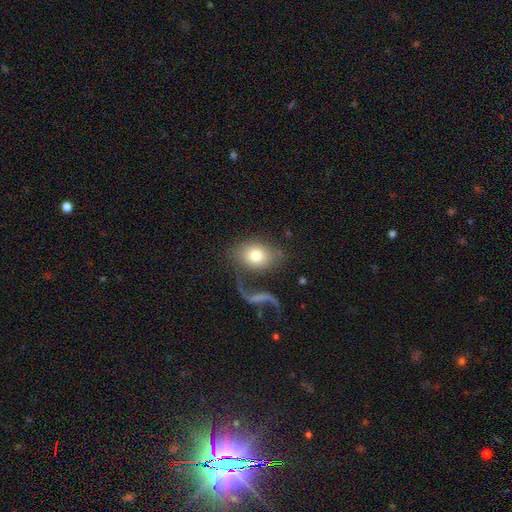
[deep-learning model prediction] Q: Smooth or featured?
A: smooth (71%); runner-up: featured or disk (21%)
Q: How rounded?
A: in between (61%); runner-up: round (37%)
Q: Merging?
A: none (55%); runner-up: major disturbance (17%)